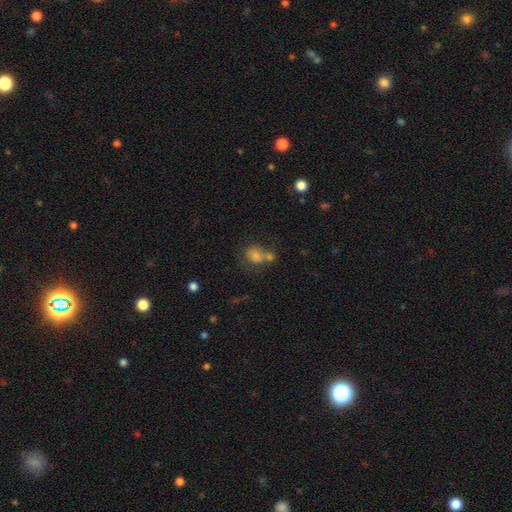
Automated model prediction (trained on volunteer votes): smooth_or_featured: smooth (p=0.71) [alt: star or artifact p=0.16]
how_rounded: round (p=0.58) [alt: in between p=0.41]
merging: none (p=0.41) [alt: merger p=0.37]